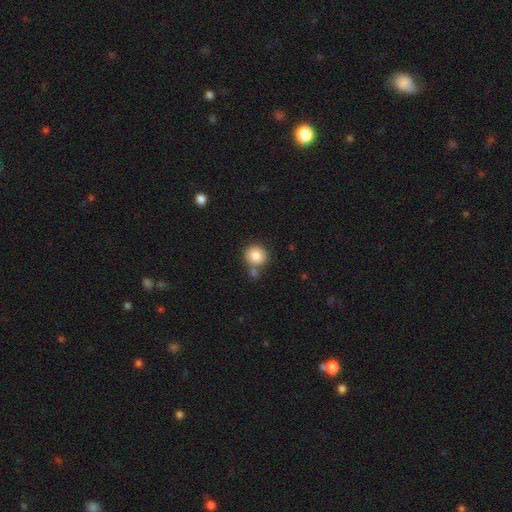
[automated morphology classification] A smooth galaxy with no disk features (84%) that is round (88%). Merging: none (65%).